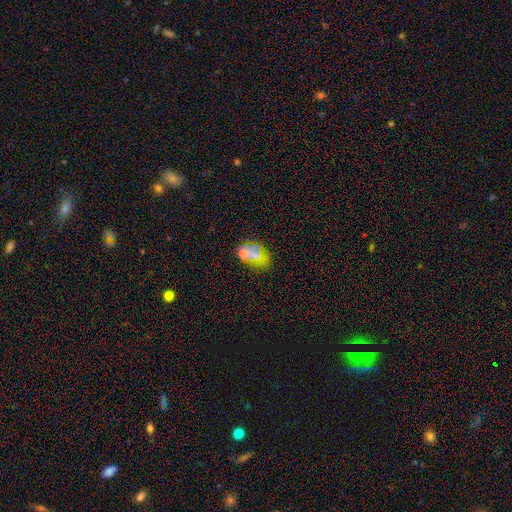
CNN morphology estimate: Smooth or featured: smooth — 52% (star or artifact — 25%)
How rounded: in between — 66% (round — 32%)
Merging: none — 58% (minor disturbance — 17%)